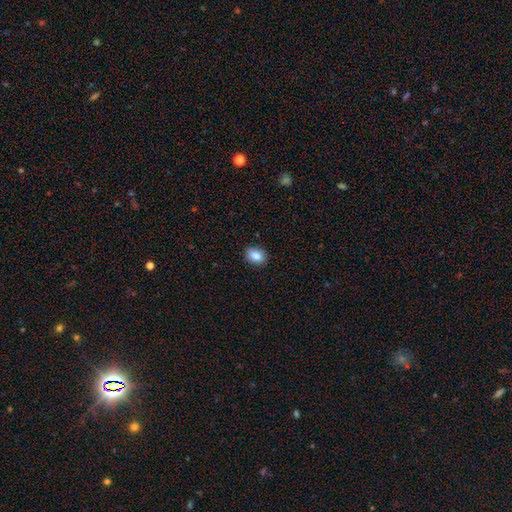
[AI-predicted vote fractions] Smooth or featured? Predicted: smooth (p=0.87). How rounded? Predicted: in between (p=0.70). Merging? Predicted: none (p=0.89).